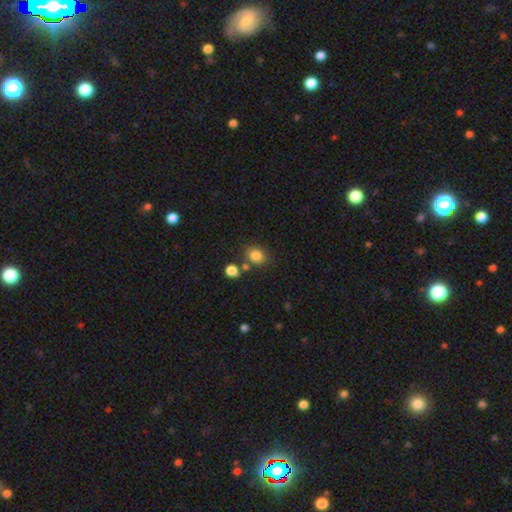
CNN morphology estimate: Smooth or featured?
  - smooth: 83% *
  - star or artifact: 11%
  - featured or disk: 6%
How rounded?
  - round: 65% *
  - in between: 34%
  - cigar-shaped: 1%
Merging?
  - none: 73% *
  - merger: 12%
  - minor disturbance: 11%
  - major disturbance: 4%